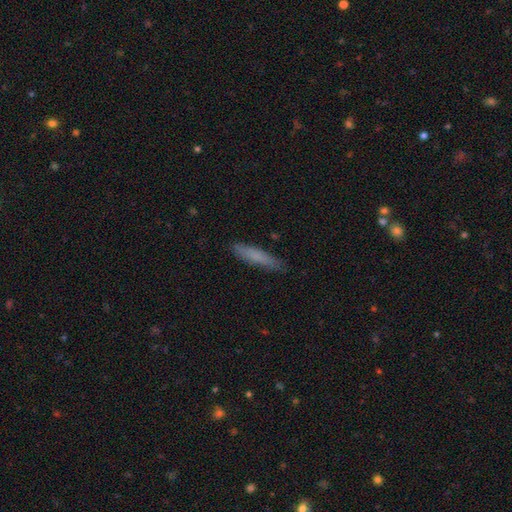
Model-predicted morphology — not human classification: A smooth galaxy with no disk features (75%) that is cigar-shaped (90%). Merging: none (86%).